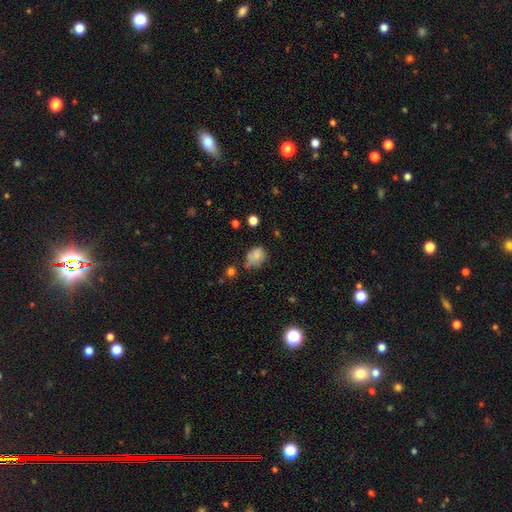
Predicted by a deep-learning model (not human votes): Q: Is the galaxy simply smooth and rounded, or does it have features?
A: smooth — 74%.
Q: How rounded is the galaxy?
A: in between — 59%.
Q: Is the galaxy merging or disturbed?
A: none — 39%.